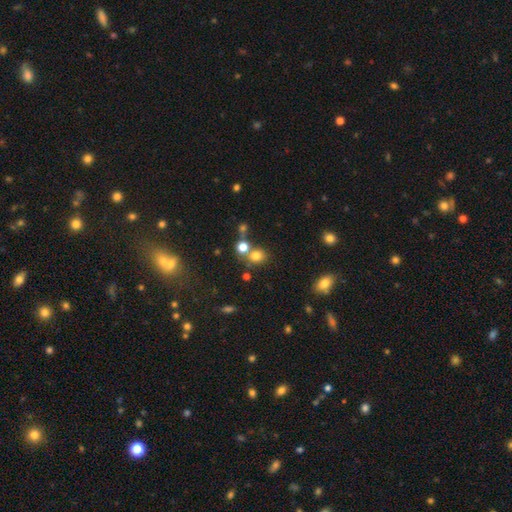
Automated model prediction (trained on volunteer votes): Smooth or featured? Predicted: smooth (p=0.75). How rounded? Predicted: round (p=0.75). Merging? Predicted: none (p=0.58).